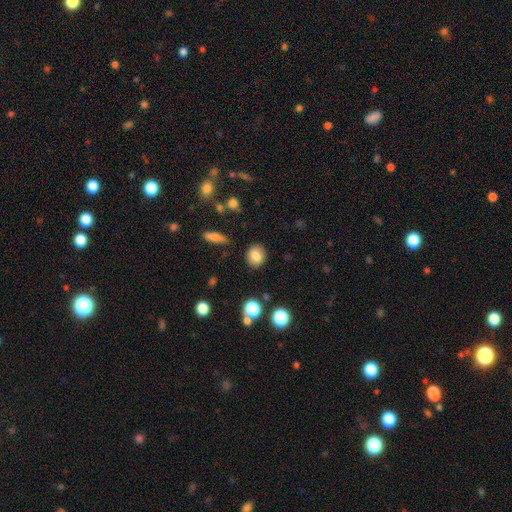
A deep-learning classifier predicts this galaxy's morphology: Smooth or featured: smooth — 82% (star or artifact — 10%)
How rounded: round — 71% (in between — 27%)
Merging: none — 87% (minor disturbance — 8%)